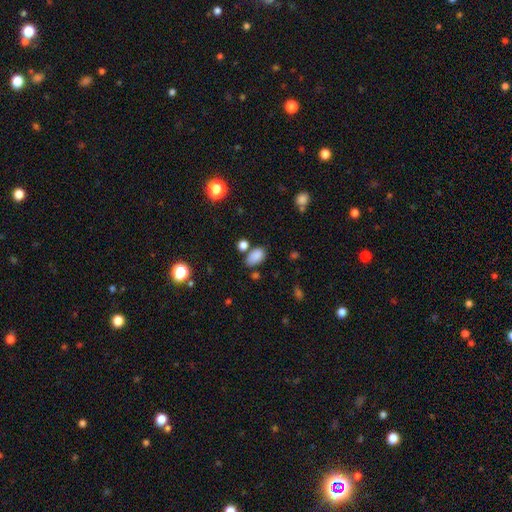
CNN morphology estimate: Smooth or featured? Predicted: smooth (p=0.84). How rounded? Predicted: in between (p=0.91). Merging? Predicted: none (p=0.65).